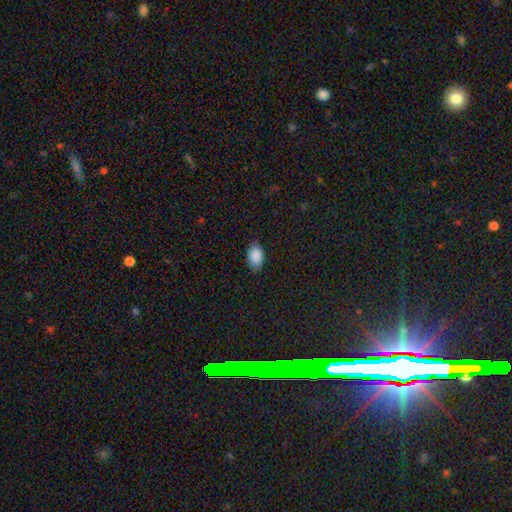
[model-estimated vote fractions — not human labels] This is clearly a smooth galaxy (89%). How rounded: clearly in between (93%). Merging: clearly none (84%).